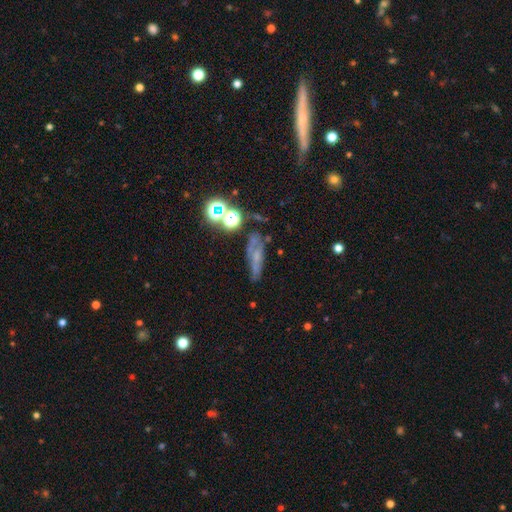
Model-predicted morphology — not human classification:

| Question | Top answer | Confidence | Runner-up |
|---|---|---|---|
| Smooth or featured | featured or disk | 38% | smooth (32%) |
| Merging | none | 54% | minor disturbance (22%) |